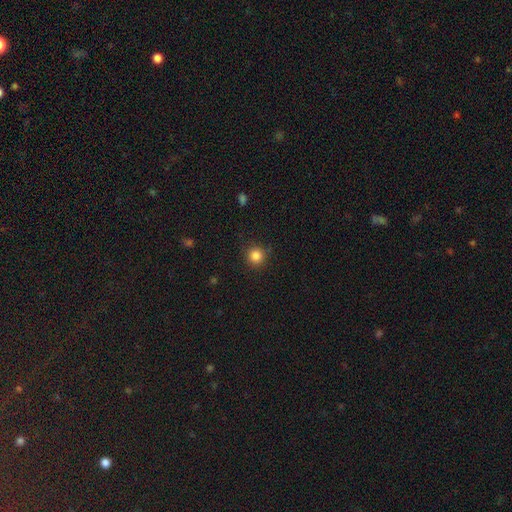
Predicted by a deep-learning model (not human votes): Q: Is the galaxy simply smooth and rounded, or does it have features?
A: smooth — 84%.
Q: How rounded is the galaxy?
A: round — 94%.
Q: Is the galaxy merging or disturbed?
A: none — 87%.